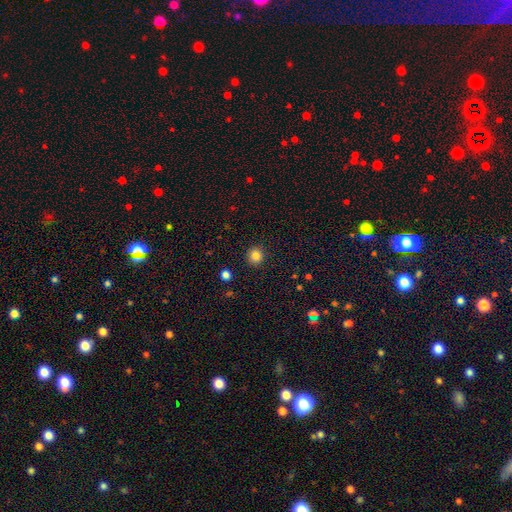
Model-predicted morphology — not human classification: Smooth or featured? Predicted: smooth (p=0.84). How rounded? Predicted: round (p=0.89). Merging? Predicted: none (p=0.92).